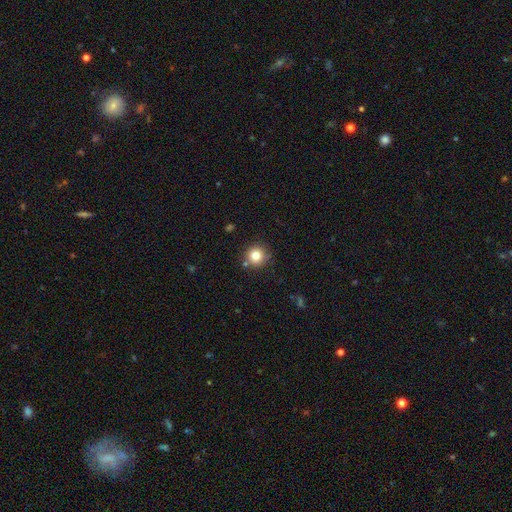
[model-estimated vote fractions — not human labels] A smooth galaxy with no disk features (80%) that is round (94%).

Vote fractions:
- Smooth or featured? smooth: 80% / star or artifact: 12% / featured or disk: 8%
- How rounded? round: 94% / in between: 5% / cigar-shaped: 1%
- Merging? none: 83% / minor disturbance: 10% / merger: 5% / major disturbance: 3%